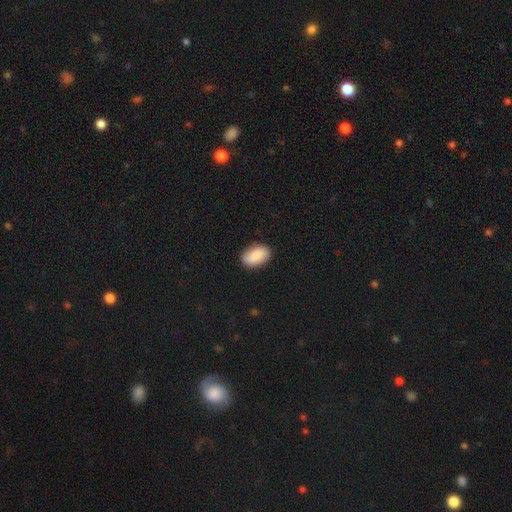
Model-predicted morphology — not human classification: A smooth galaxy with no disk features (88%) that is in between round and cigar-shaped (91%).

Vote fractions:
- Smooth or featured? smooth: 88% / star or artifact: 6% / featured or disk: 6%
- How rounded? in between: 91% / round: 7% / cigar-shaped: 2%
- Merging? none: 85% / minor disturbance: 11% / major disturbance: 2% / merger: 1%